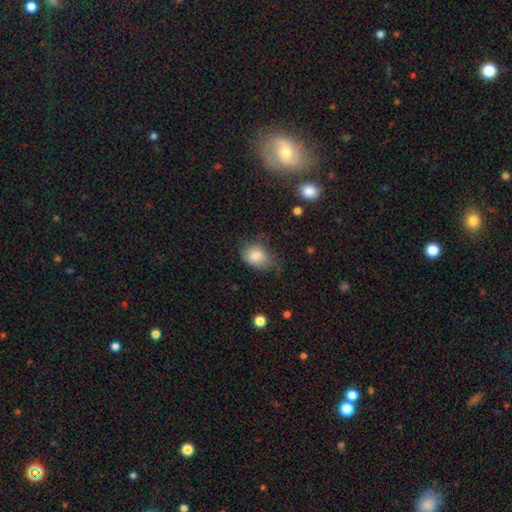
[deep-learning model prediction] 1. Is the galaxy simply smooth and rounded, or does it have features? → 81% smooth, 10% featured or disk, 9% star or artifact.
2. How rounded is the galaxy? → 65% in between, 34% round, 1% cigar-shaped.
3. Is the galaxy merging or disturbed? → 46% none, 36% minor disturbance, 16% major disturbance, 2% merger.